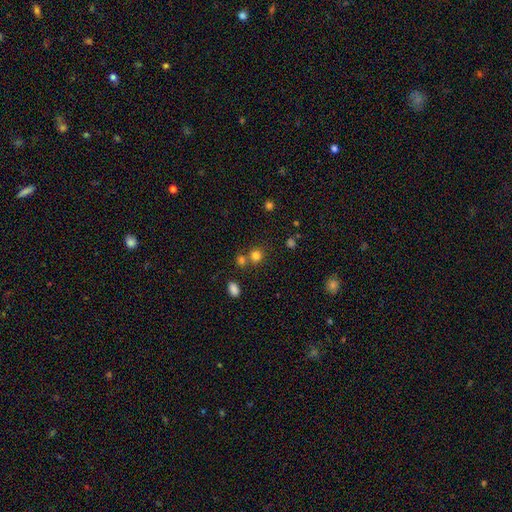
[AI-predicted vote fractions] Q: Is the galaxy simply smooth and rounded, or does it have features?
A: smooth — 79%.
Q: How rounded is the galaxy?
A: round — 86%.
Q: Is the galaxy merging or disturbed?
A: none — 66%.